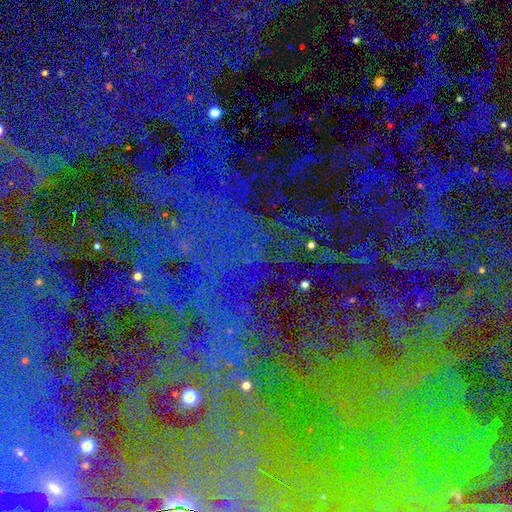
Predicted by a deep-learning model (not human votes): Smooth or featured? Predicted: star or artifact (p=0.83).